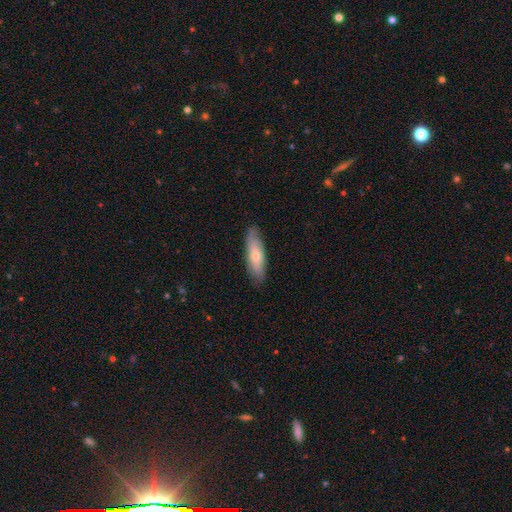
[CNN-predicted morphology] The model was most divided on "how rounded": cigar-shaped: 51%, in between: 46%, round: 2%. More confident: merging — none (84%); smooth or featured — smooth (59%).